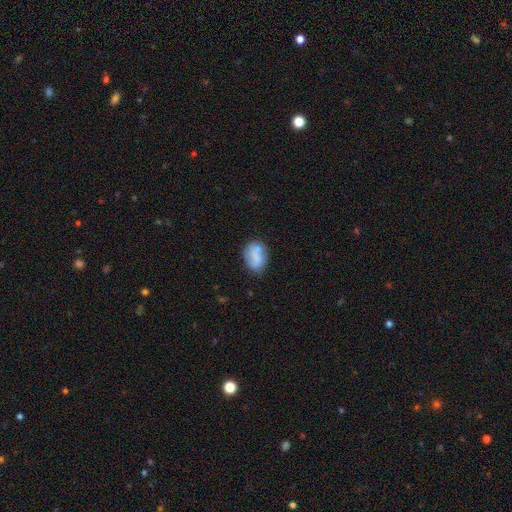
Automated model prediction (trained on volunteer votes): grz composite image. It shows a smooth galaxy with no disk features (67%) that is in between round and cigar-shaped (78%). Merging: none (59%).